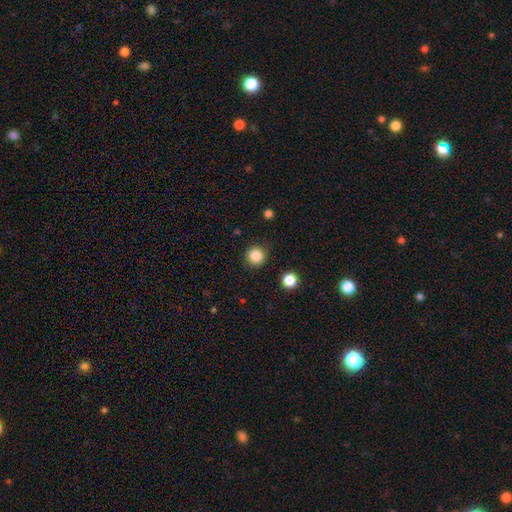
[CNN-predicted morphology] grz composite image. It shows a smooth galaxy with no disk features (85%) that is round (95%). Merging: none (90%).